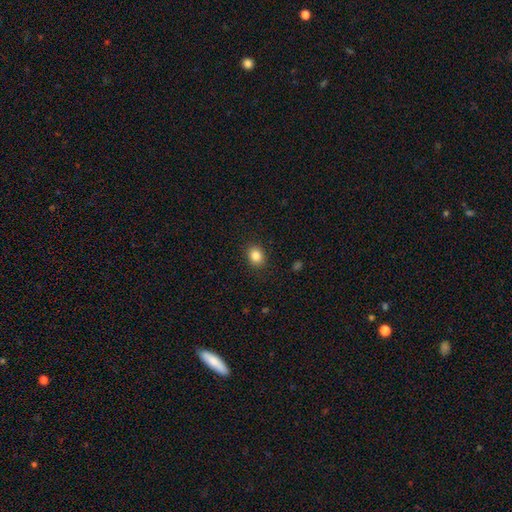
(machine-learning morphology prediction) A smooth galaxy with no disk features (84%) that is round (58%).

Vote fractions:
- Smooth or featured? smooth: 84% / star or artifact: 10% / featured or disk: 5%
- How rounded? round: 58% / in between: 41% / cigar-shaped: 1%
- Merging? none: 89% / minor disturbance: 8% / major disturbance: 2% / merger: 1%